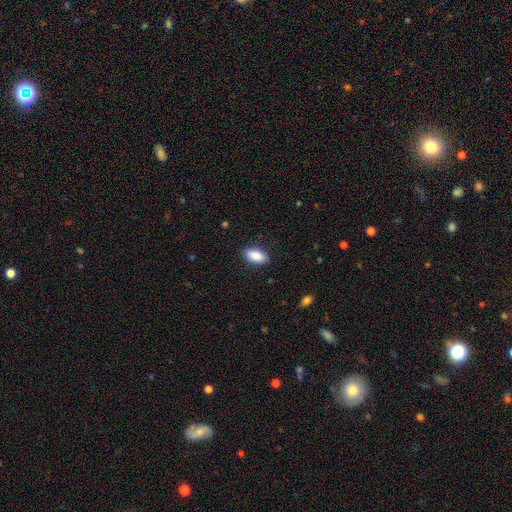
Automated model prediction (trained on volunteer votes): smooth 88%, star or artifact 6%, featured or disk 6%. Down the decision tree: how rounded — in between (92%); merging — none (88%).